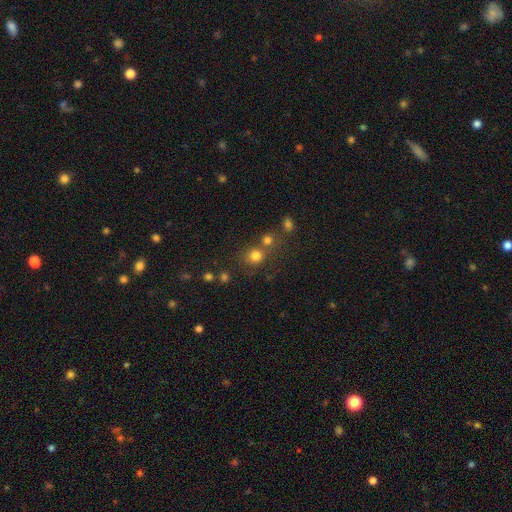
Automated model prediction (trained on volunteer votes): This appears to be a smooth galaxy with no disk features (76%) that is round (87%). Merging: none (61%).